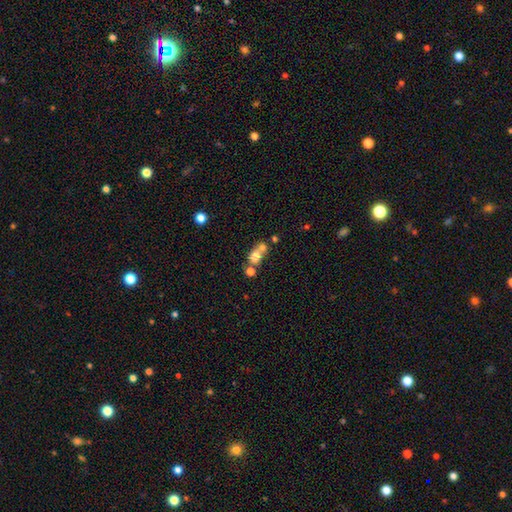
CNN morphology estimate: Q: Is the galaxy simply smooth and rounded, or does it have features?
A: smooth — 69%.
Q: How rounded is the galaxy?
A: round — 61%.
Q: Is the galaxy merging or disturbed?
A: merger — 58%.